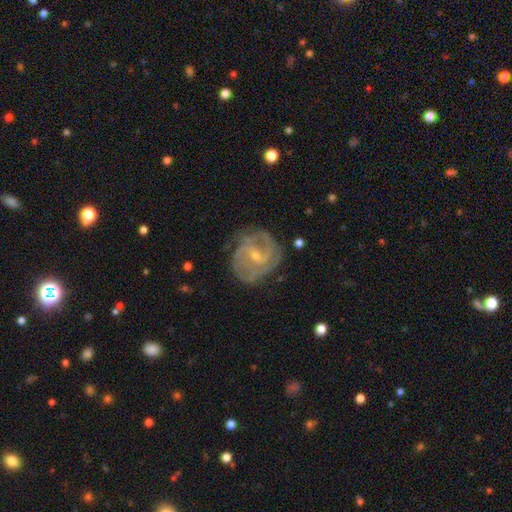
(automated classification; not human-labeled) This is clearly a featured or disk galaxy (85%). It is clearly not viewed edge-on (97%). Bar: possibly weak (47%). Spiral arm pattern: clearly yes (94%). Spiral arm count: marginally 2 (30%). Spiral winding: possibly tight (54%). Central bulge: likely small (68%). Merging: likely none (73%).